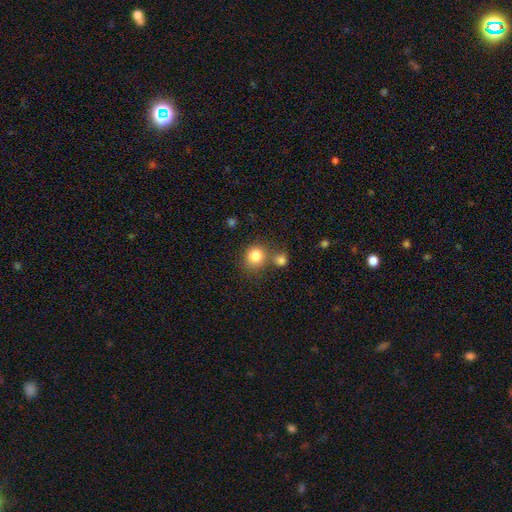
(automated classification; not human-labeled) Smooth or featured? Predicted: smooth (p=0.82). How rounded? Predicted: round (p=0.87). Merging? Predicted: none (p=0.63).